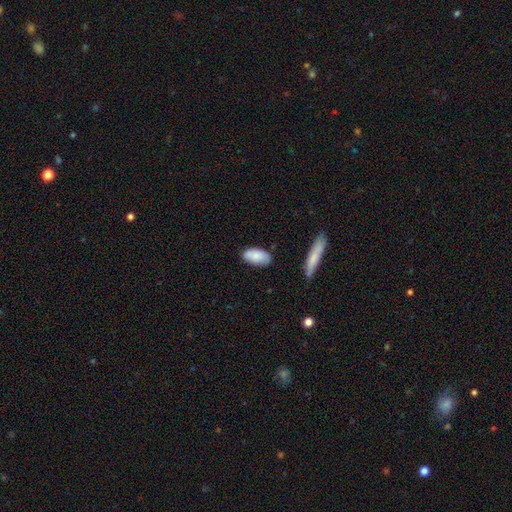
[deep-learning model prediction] Q: Smooth or featured?
A: smooth (82%); runner-up: featured or disk (11%)
Q: How rounded?
A: in between (92%); runner-up: cigar-shaped (5%)
Q: Merging?
A: none (76%); runner-up: minor disturbance (18%)